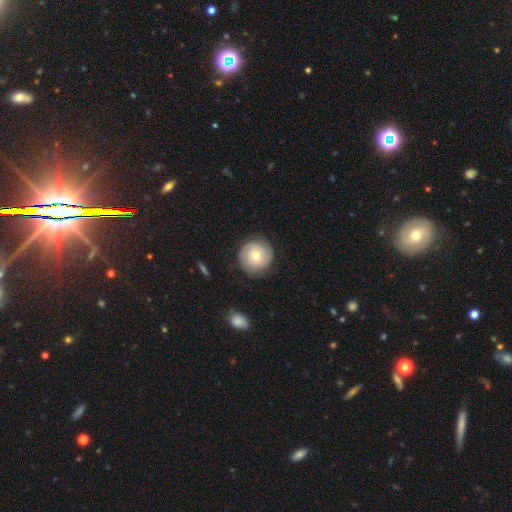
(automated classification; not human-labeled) A smooth galaxy with no disk features (50%).

Vote fractions:
- Smooth or featured? smooth: 50% / featured or disk: 43% / star or artifact: 7%
- Merging? none: 84% / minor disturbance: 11% / major disturbance: 3% / merger: 1%